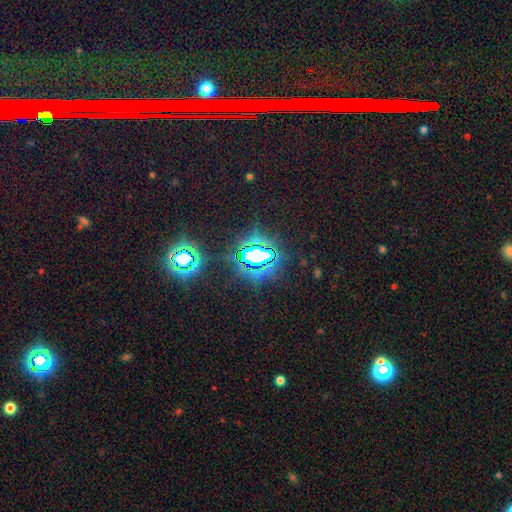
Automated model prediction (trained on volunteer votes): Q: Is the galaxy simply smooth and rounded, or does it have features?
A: star or artifact — 78%.